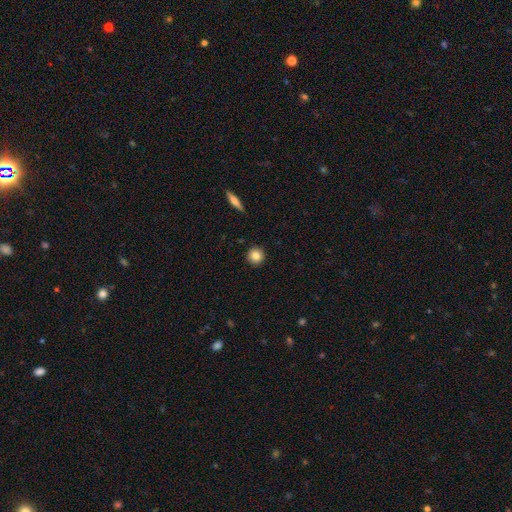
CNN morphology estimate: smooth-or-featured: smooth: 83% | star or artifact: 9% | featured or disk: 8%
  how-rounded: round: 94% | in between: 5% | cigar-shaped: 1%
  merging: none: 91% | minor disturbance: 6% | major disturbance: 2% | merger: 1%